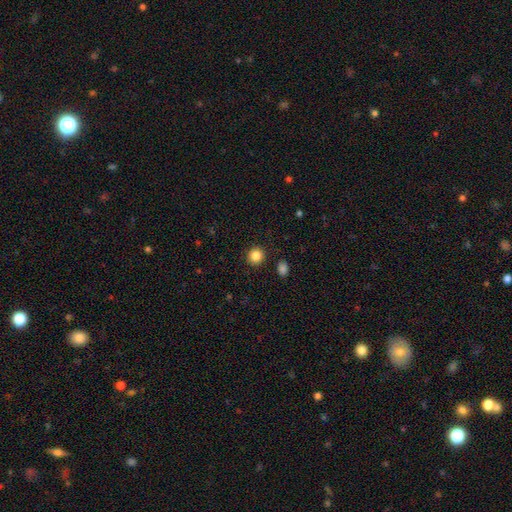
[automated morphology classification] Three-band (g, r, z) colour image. It shows a smooth galaxy with no disk features (86%) that is round (92%). Merging: none (91%).